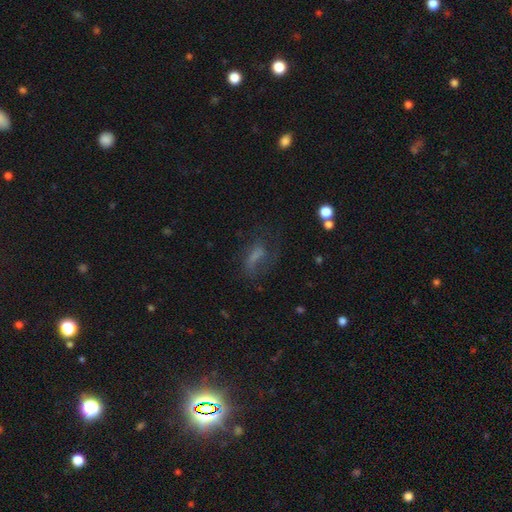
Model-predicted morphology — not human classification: smooth-or-featured: smooth: 47% | featured or disk: 34% | star or artifact: 19%
  merging: none: 44% | major disturbance: 30% | minor disturbance: 23% | merger: 4%